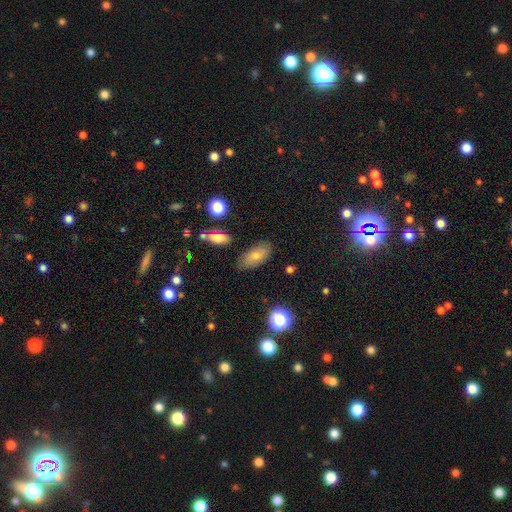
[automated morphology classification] This is likely a smooth galaxy (71%). How rounded: clearly in between (89%). Merging: likely none (79%).